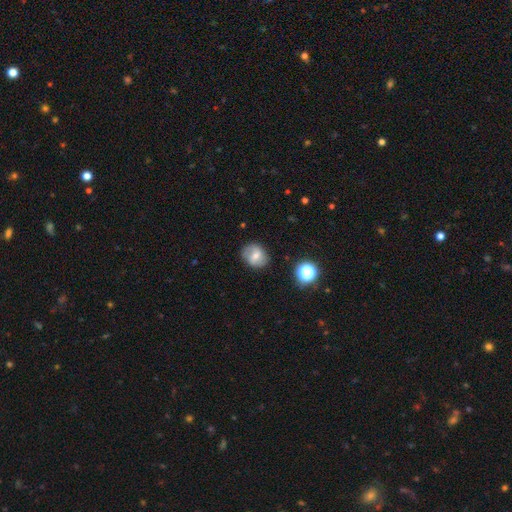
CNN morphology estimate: This appears to be a smooth galaxy with no disk features (53%) that is round (59%). Merging: none (79%).